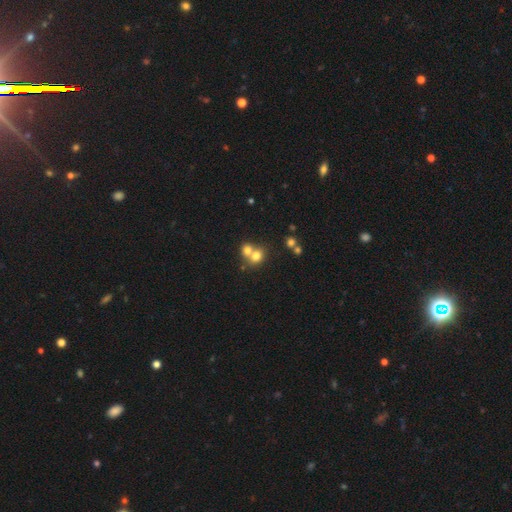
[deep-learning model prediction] smooth-or-featured: smooth: 72% | featured or disk: 15% | star or artifact: 13%
  how-rounded: round: 72% | in between: 27% | cigar-shaped: 1%
  merging: merger: 58% | none: 33% | minor disturbance: 6% | major disturbance: 3%